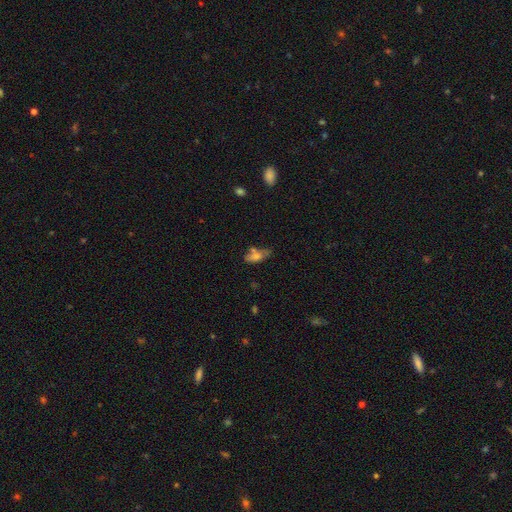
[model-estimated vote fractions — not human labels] Smooth or featured? Predicted: smooth (p=0.63). How rounded? Predicted: in between (p=0.77). Merging? Predicted: none (p=0.45).